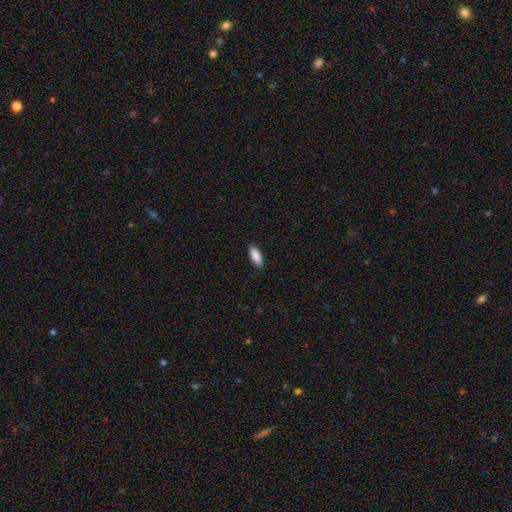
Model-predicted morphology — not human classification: smooth-or-featured: smooth: 89% | star or artifact: 6% | featured or disk: 5%
  how-rounded: in between: 77% | cigar-shaped: 22% | round: 2%
  merging: none: 89% | minor disturbance: 8% | major disturbance: 2% | merger: 1%